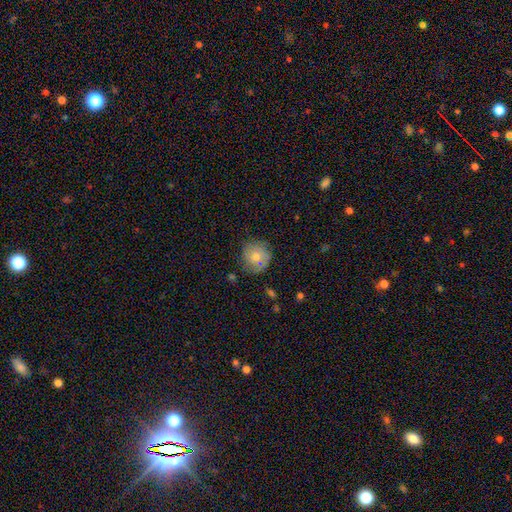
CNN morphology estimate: smooth-or-featured: smooth: 64% | featured or disk: 26% | star or artifact: 10%
  how-rounded: round: 91% | in between: 8% | cigar-shaped: 1%
  merging: none: 77% | minor disturbance: 17% | major disturbance: 4% | merger: 2%